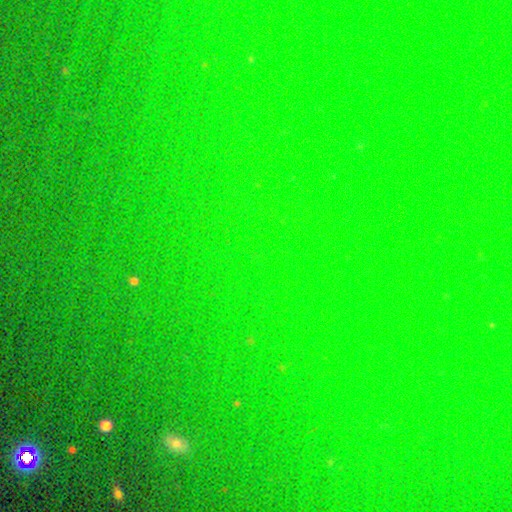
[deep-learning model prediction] star or artifact 79%, smooth 13%, featured or disk 8%.